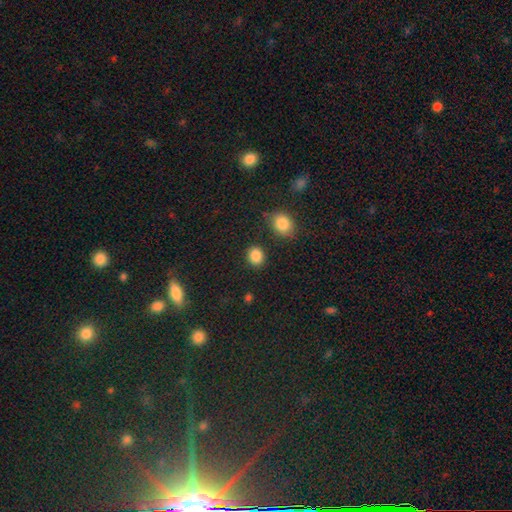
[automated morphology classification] Smooth or featured? smooth (87%)
How rounded? round (68%)
Merging? none (85%)